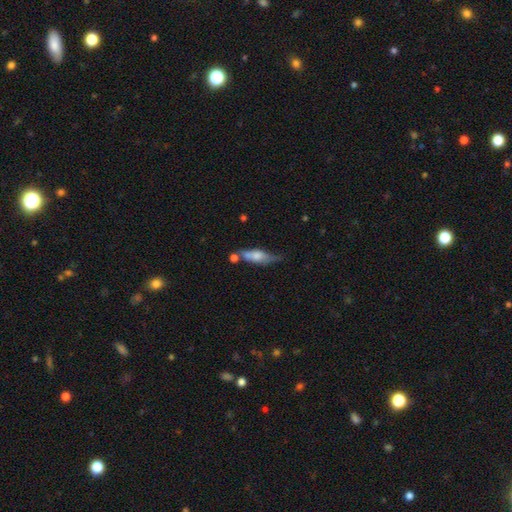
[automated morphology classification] Smooth or featured? Predicted: smooth (p=0.53). How rounded? Predicted: in between (p=0.50). Merging? Predicted: none (p=0.44).